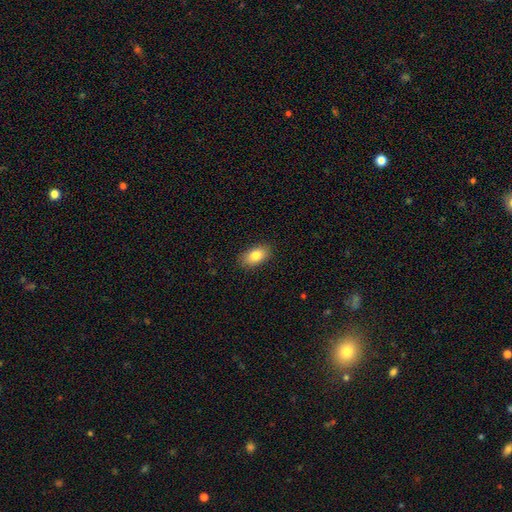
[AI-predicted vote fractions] smooth 83%, featured or disk 10%, star or artifact 7%. Down the decision tree: how rounded — in between (92%); merging — none (88%).